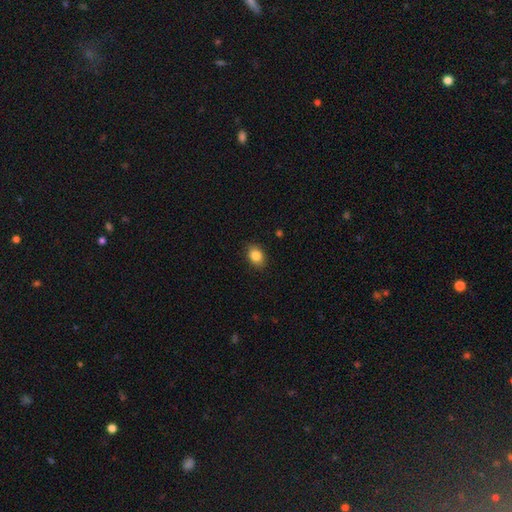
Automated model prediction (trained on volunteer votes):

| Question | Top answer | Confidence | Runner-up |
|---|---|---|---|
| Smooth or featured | smooth | 85% | star or artifact (8%) |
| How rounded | in between | 75% | round (24%) |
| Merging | none | 89% | minor disturbance (9%) |